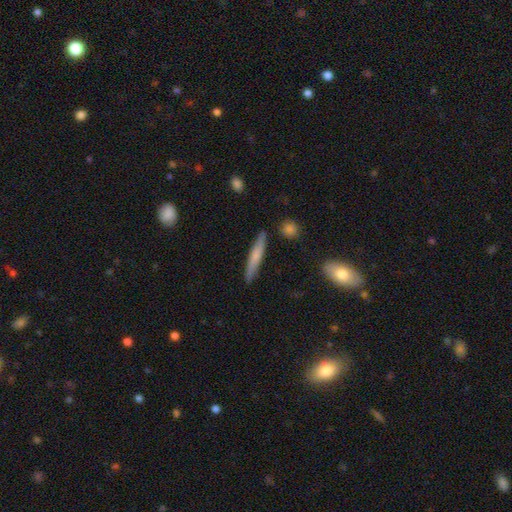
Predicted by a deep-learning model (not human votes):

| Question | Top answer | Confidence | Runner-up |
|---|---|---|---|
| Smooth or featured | smooth | 62% | featured or disk (32%) |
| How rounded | cigar-shaped | 92% | in between (7%) |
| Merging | none | 86% | minor disturbance (10%) |